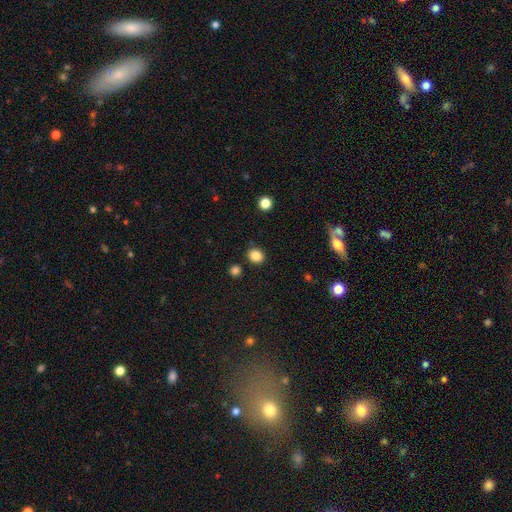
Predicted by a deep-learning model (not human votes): Overall: smooth (85%). How rounded: round (72%). Merging: none (86%).